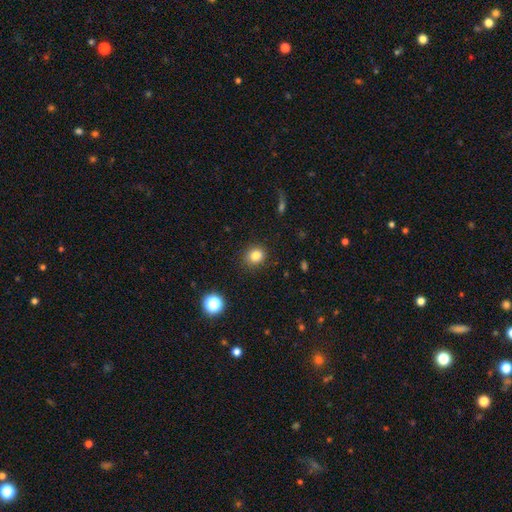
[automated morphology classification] This appears to be a smooth galaxy with no disk features (83%) that is round (75%). Merging: none (87%).